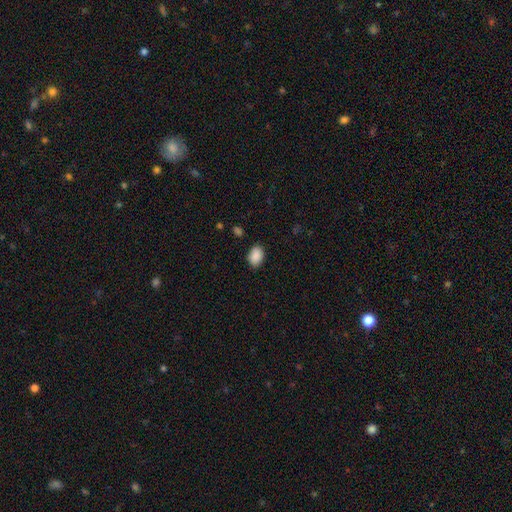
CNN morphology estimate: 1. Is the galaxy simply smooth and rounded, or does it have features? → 90% smooth, 7% star or artifact, 3% featured or disk.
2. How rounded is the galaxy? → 82% in between, 17% round, 1% cigar-shaped.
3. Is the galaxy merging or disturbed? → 86% none, 10% minor disturbance, 2% major disturbance, 1% merger.